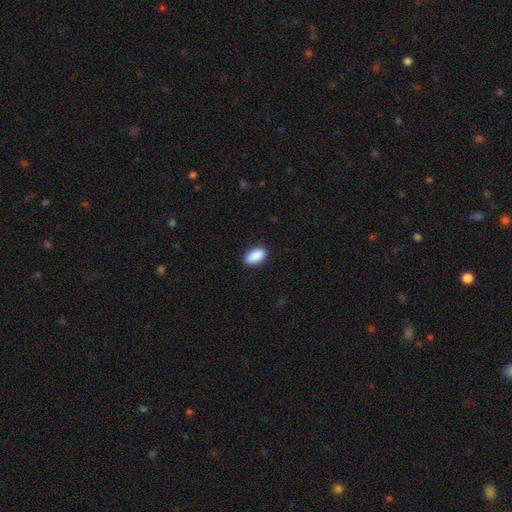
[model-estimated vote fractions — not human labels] Morphology: type=smooth (91%); roundness=in between (93%); merging=none (88%).